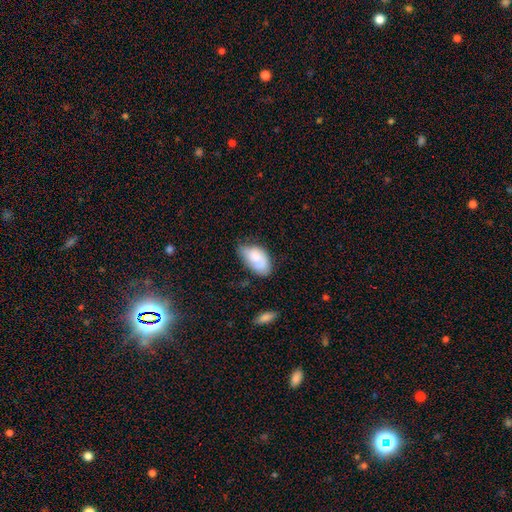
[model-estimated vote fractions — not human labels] The model was most divided on "merging": none: 48%, minor disturbance: 37%, major disturbance: 10%, merger: 5%. More confident: how rounded — in between (94%); smooth or featured — smooth (74%).